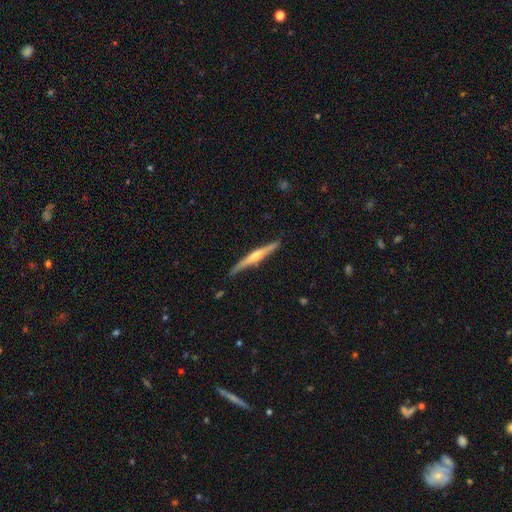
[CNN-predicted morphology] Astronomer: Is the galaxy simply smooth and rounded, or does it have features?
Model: featured or disk — 74%.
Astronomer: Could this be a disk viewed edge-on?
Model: yes — 98%.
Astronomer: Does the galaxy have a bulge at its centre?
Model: rounded — 78%.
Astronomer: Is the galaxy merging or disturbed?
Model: none — 87%.